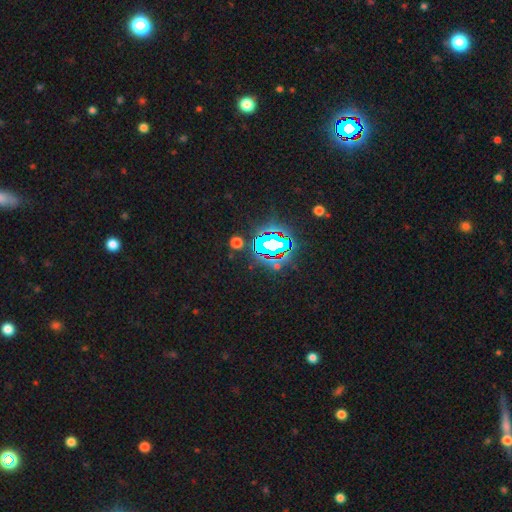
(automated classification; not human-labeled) A star or artifact, not a galaxy (83%).

Vote fractions:
- Smooth or featured? star or artifact: 83% / smooth: 10% / featured or disk: 7%